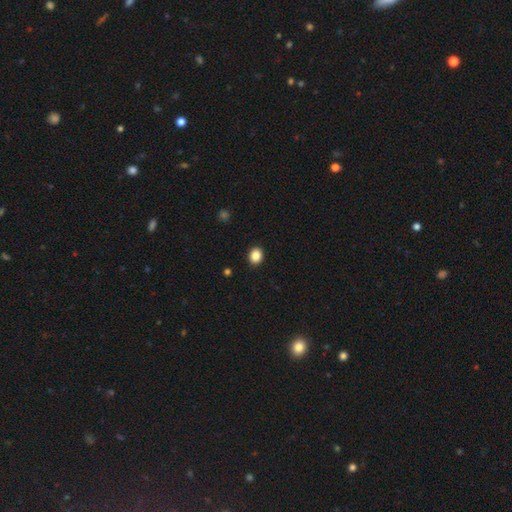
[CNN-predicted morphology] type=smooth (87%); roundness=round (56%); merging=none (91%).